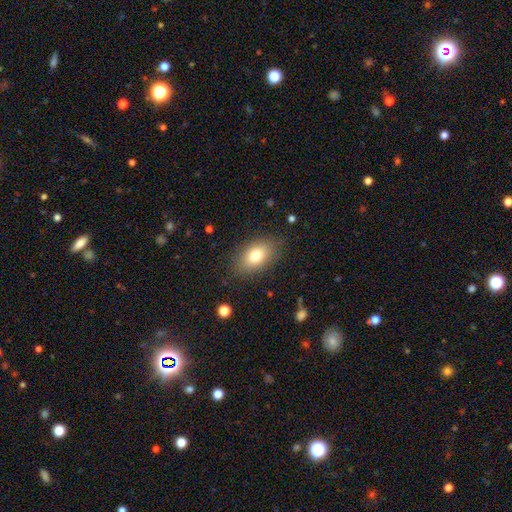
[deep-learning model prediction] Smooth or featured? smooth (78%)
How rounded? in between (86%)
Merging? none (83%)